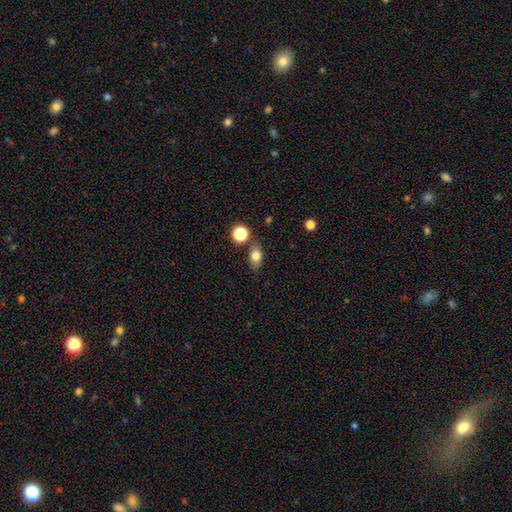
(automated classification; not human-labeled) Smooth or featured? Predicted: smooth (p=0.77). How rounded? Predicted: in between (p=0.75). Merging? Predicted: none (p=0.77).